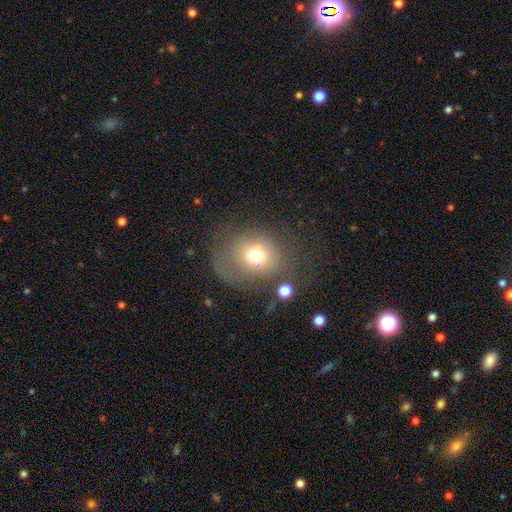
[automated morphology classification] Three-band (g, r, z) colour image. It shows a smooth galaxy with no disk features (65%) that is round (62%). Merging: none (44%).